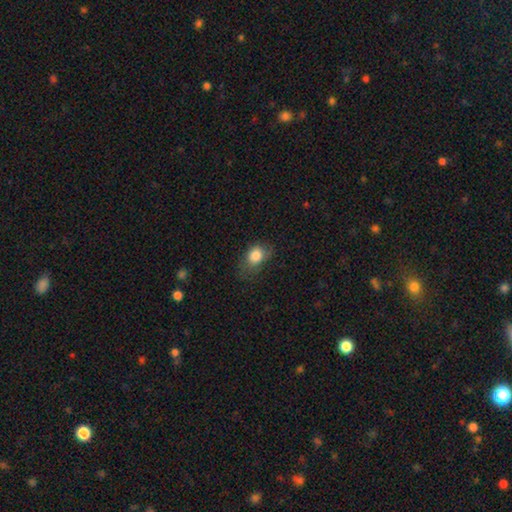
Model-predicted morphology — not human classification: A smooth galaxy with no disk features (83%) that is in between round and cigar-shaped (63%).

Vote fractions:
- Smooth or featured? smooth: 83% / star or artifact: 9% / featured or disk: 8%
- How rounded? in between: 63% / round: 36% / cigar-shaped: 2%
- Merging? none: 53% / minor disturbance: 31% / major disturbance: 15% / merger: 1%